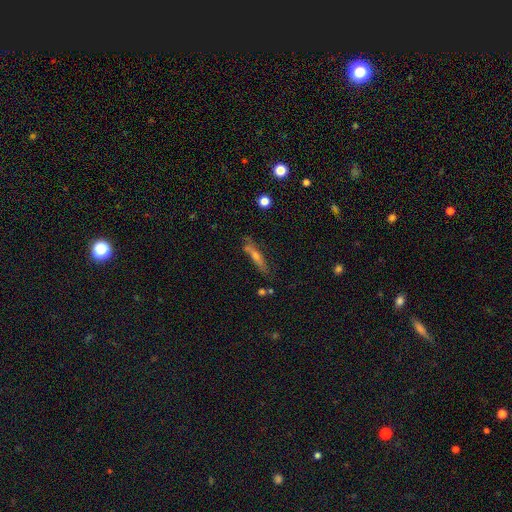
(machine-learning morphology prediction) Smooth or featured? Predicted: featured or disk (p=0.53). Edge-on disk? Predicted: yes (p=0.86). Merging? Predicted: none (p=0.74).